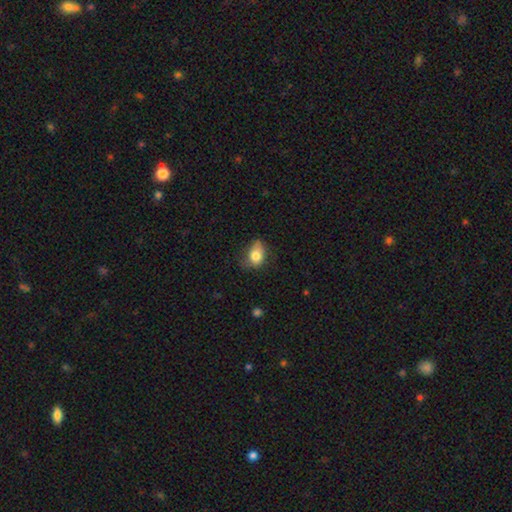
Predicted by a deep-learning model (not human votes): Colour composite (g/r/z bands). It shows a smooth galaxy with no disk features (79%) that is in between round and cigar-shaped (75%). Merging: none (45%).